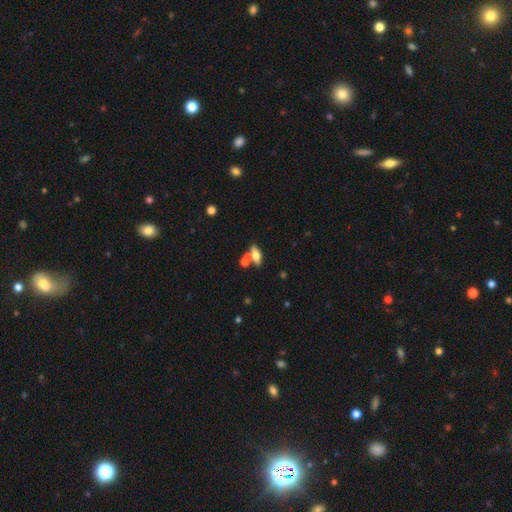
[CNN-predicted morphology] smooth 58%, featured or disk 32%, star or artifact 10%. Down the decision tree: how rounded — in between (69%); merging — none (50%).